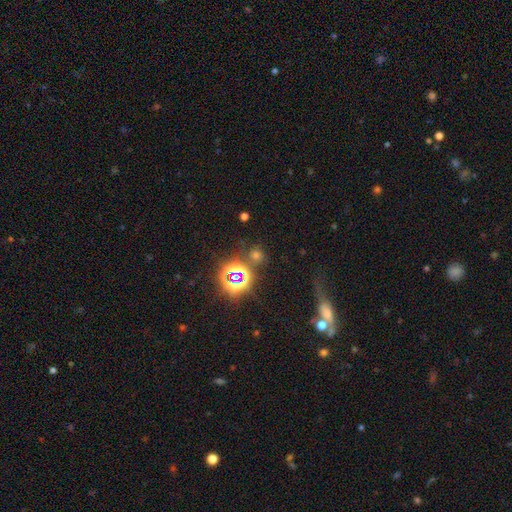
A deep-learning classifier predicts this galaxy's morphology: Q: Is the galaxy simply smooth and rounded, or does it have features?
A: star or artifact — 52%.